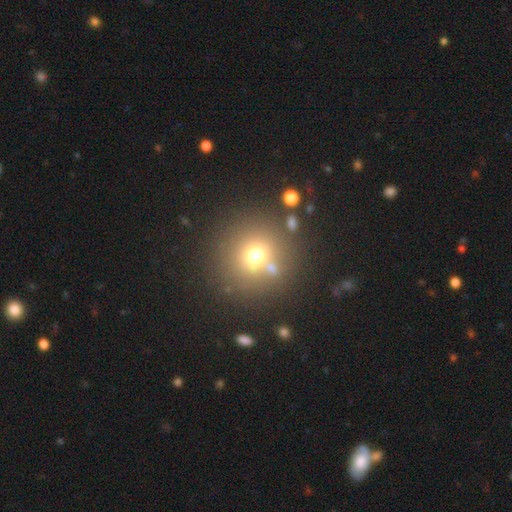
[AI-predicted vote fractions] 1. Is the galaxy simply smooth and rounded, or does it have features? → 67% smooth, 19% star or artifact, 14% featured or disk.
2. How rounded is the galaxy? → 92% round, 7% in between, 1% cigar-shaped.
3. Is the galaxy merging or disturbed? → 76% none, 11% merger, 8% minor disturbance, 5% major disturbance.